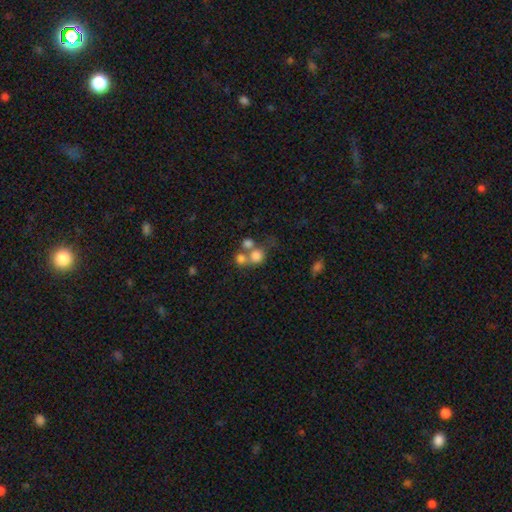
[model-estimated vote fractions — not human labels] Overall: smooth (72%). How rounded: round (84%). Merging: merger (47%; none 38%).